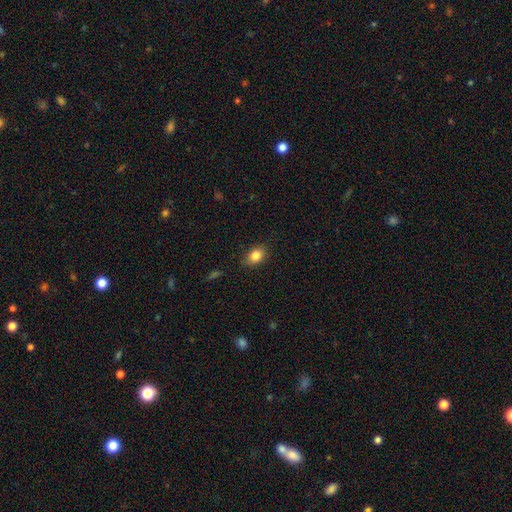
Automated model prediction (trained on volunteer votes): Smooth or featured? smooth (84%)
How rounded? in between (64%)
Merging? none (83%)